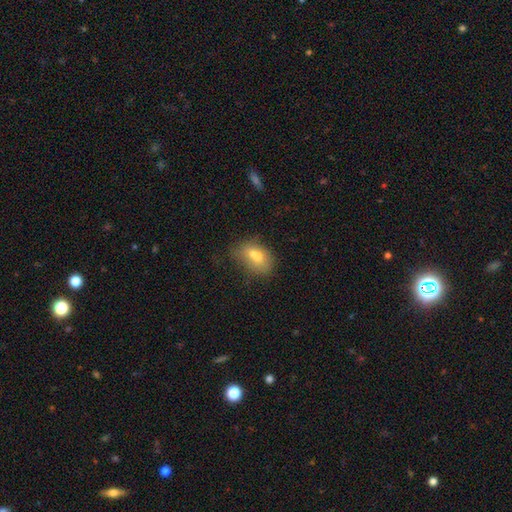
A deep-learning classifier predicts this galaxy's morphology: Smooth or featured? smooth (68%)
How rounded? in between (78%)
Merging? none (38%)